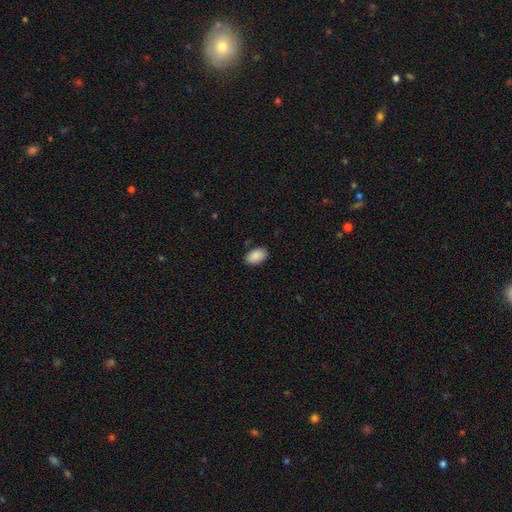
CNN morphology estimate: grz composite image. It shows a smooth galaxy with no disk features (90%) that is in between round and cigar-shaped (93%). Merging: none (86%).